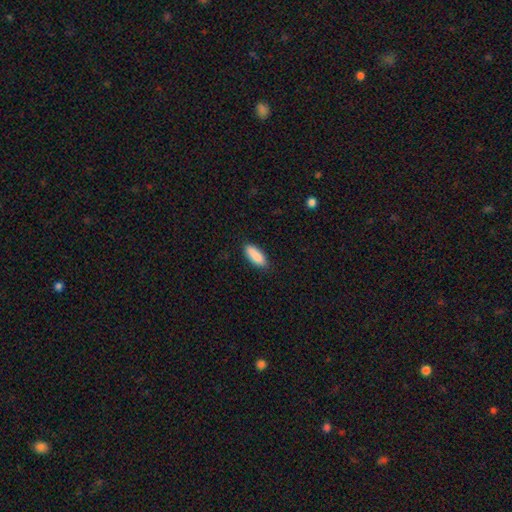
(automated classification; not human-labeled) Smooth or featured: smooth — 88% (star or artifact — 6%)
How rounded: in between — 72% (cigar-shaped — 26%)
Merging: none — 83% (minor disturbance — 13%)